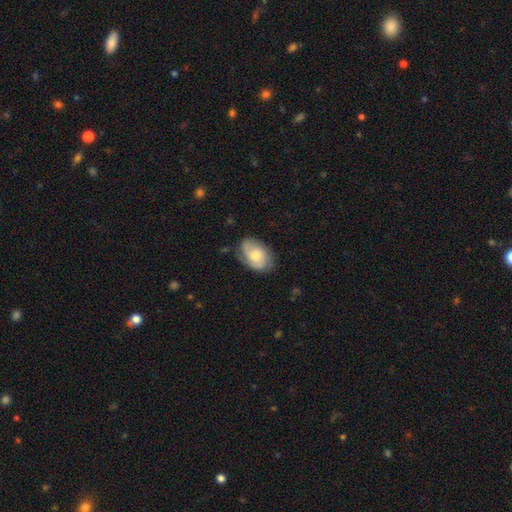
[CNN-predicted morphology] featured or disk 60%, smooth 33%, star or artifact 6%. Down the decision tree: edge-on disk — no (96%); bar — no (70%); spiral arms — yes (91%); spiral arm count — 2 (49%); spiral winding — medium (42%, tied with tight); bulge size — moderate (55%); merging — none (73%).